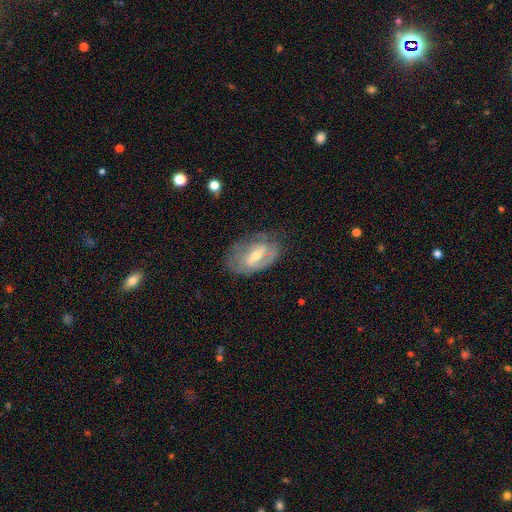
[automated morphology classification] This is likely a featured or disk galaxy (66%). It is clearly not viewed edge-on (93%). Bar: possibly weak (46%). Spiral arm pattern: likely yes (67%). Central bulge: possibly moderate (51%). Merging: possibly none (59%).